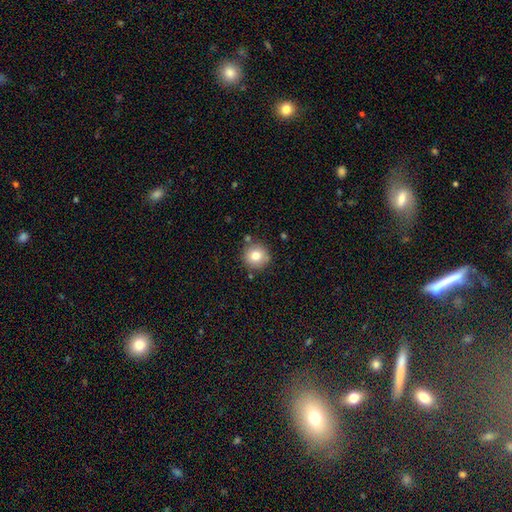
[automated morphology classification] This appears to be a smooth galaxy with no disk features (79%) that is round (95%). Merging: none (83%).